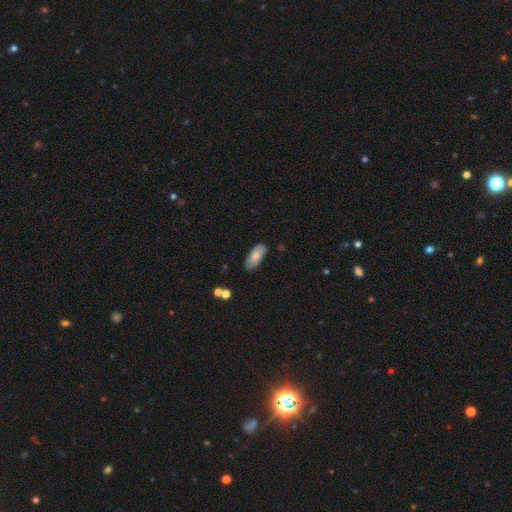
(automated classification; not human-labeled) Smooth or featured? smooth (75%)
How rounded? in between (89%)
Merging? none (81%)